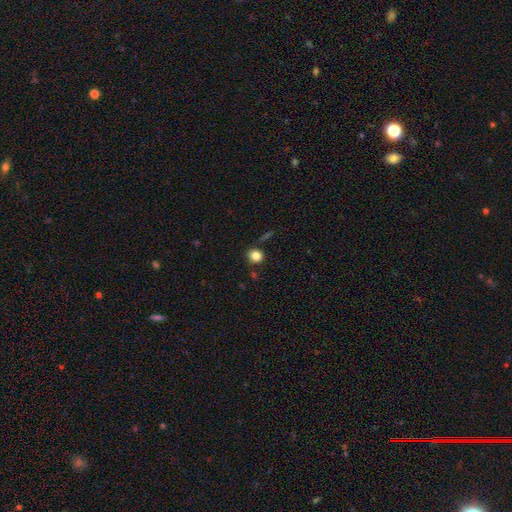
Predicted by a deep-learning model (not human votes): A smooth galaxy with no disk features (84%) that is round (86%).

Vote fractions:
- Smooth or featured? smooth: 84% / star or artifact: 11% / featured or disk: 5%
- How rounded? round: 86% / in between: 13% / cigar-shaped: 1%
- Merging? none: 85% / minor disturbance: 9% / merger: 4% / major disturbance: 3%